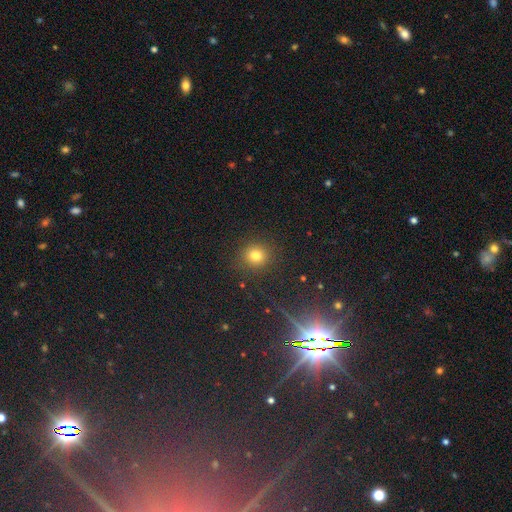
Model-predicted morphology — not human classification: A smooth galaxy with no disk features (75%) that is round (86%).

Vote fractions:
- Smooth or featured? smooth: 75% / star or artifact: 18% / featured or disk: 7%
- How rounded? round: 86% / in between: 12% / cigar-shaped: 1%
- Merging? none: 89% / minor disturbance: 7% / major disturbance: 3% / merger: 2%